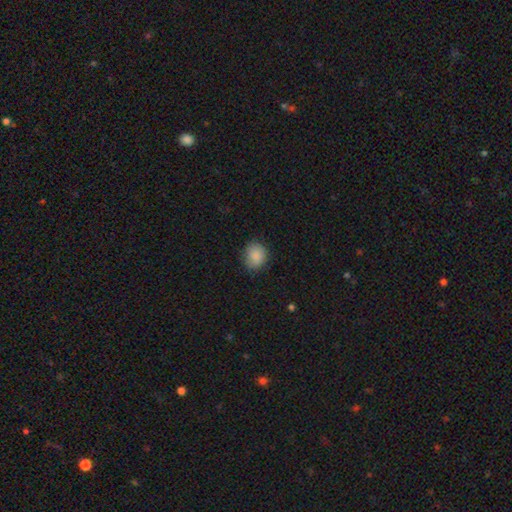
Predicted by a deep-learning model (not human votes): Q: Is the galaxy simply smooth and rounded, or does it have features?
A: smooth — 88%.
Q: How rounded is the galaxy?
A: round — 63%.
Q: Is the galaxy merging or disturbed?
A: none — 80%.